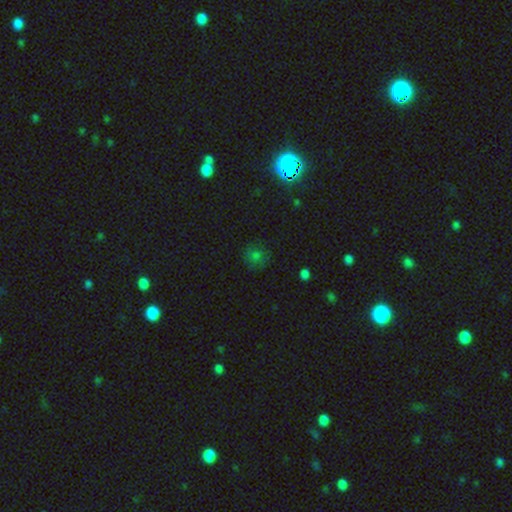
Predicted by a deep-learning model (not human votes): Smooth or featured: smooth — 62% (star or artifact — 29%)
How rounded: round — 83% (in between — 16%)
Merging: none — 76% (minor disturbance — 16%)